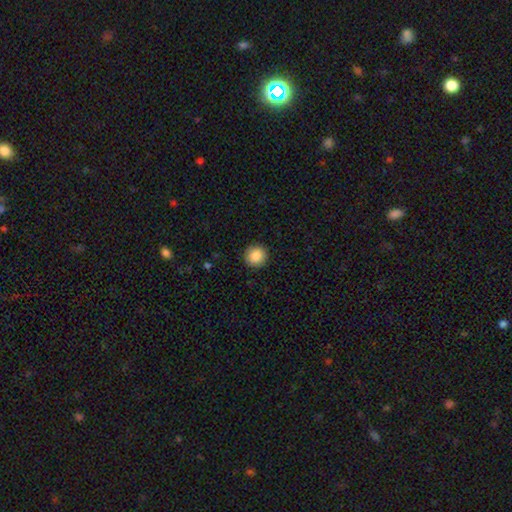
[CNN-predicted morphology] This appears to be a smooth galaxy with no disk features (87%) that is round (95%). Merging: none (92%).